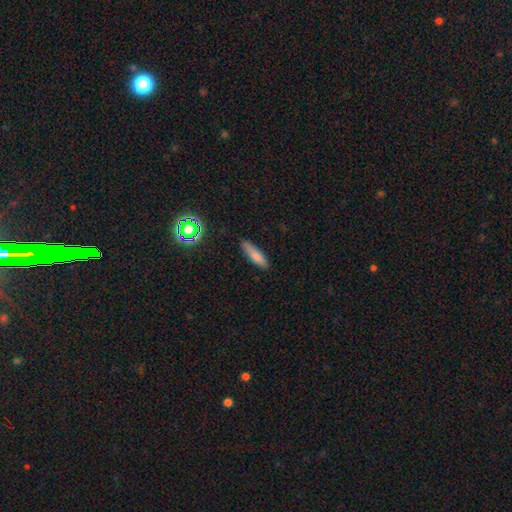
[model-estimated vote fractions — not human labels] Smooth or featured: smooth — 79% (featured or disk — 12%)
How rounded: cigar-shaped — 67% (in between — 32%)
Merging: none — 81% (minor disturbance — 14%)